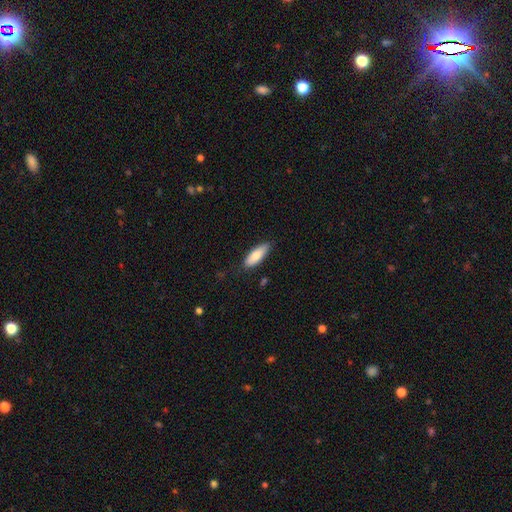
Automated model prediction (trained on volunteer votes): smooth-or-featured: smooth: 80% | featured or disk: 14% | star or artifact: 6%
  how-rounded: in between: 68% | cigar-shaped: 31% | round: 2%
  merging: none: 82% | minor disturbance: 15% | major disturbance: 2% | merger: 1%